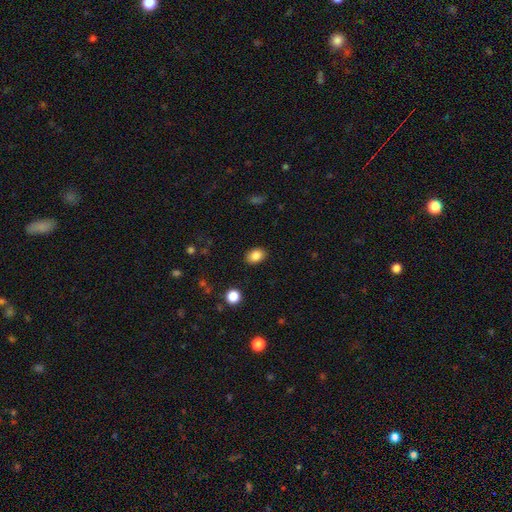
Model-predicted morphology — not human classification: smooth-or-featured: smooth: 86% | star or artifact: 9% | featured or disk: 5%
  how-rounded: in between: 75% | round: 24% | cigar-shaped: 1%
  merging: none: 88% | minor disturbance: 8% | major disturbance: 2% | merger: 1%